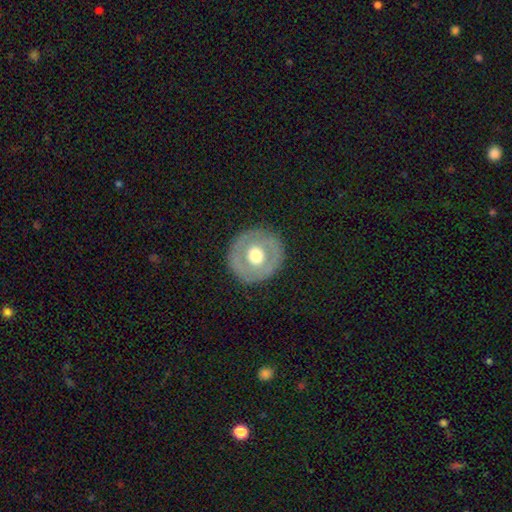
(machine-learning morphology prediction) This is possibly a featured or disk galaxy (51%). It is clearly not viewed edge-on (95%). Merging: clearly none (86%).